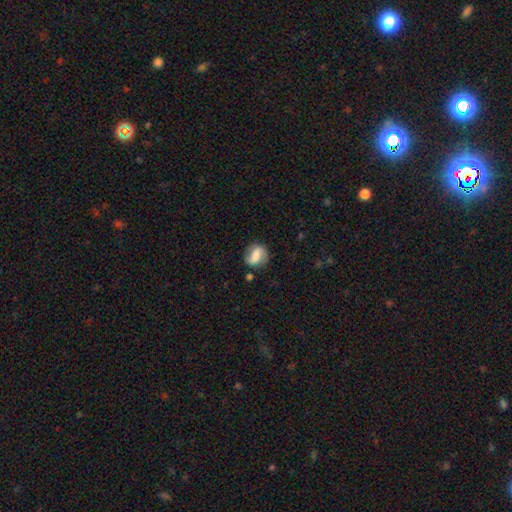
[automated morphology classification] Overall: featured or disk (49%; smooth 43%). Merging: none (73%).